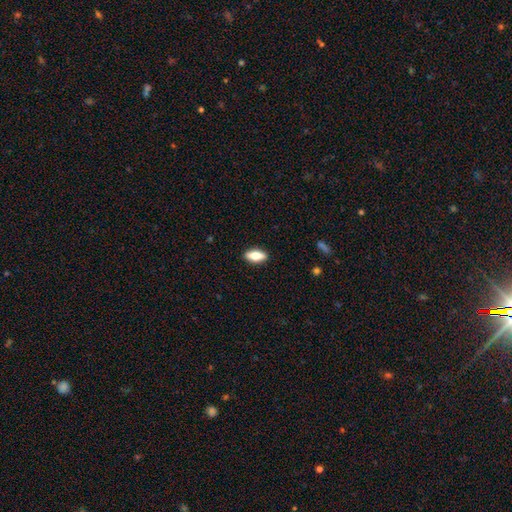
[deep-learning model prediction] A smooth galaxy with no disk features (70%) that is in between round and cigar-shaped (81%). Merging: none (89%).